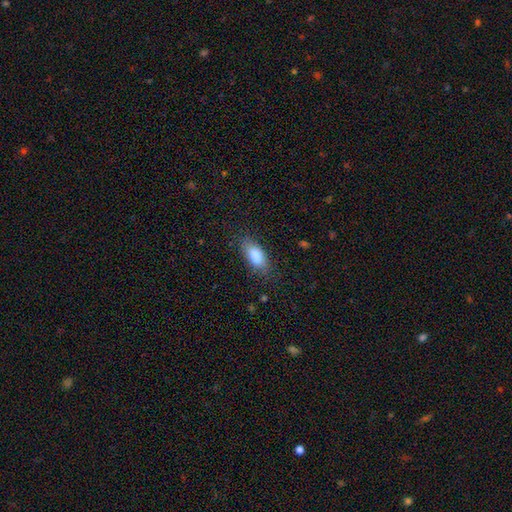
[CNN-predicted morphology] The model was most divided on "merging": none: 77%, minor disturbance: 17%, major disturbance: 5%, merger: 1%. More confident: how rounded — in between (88%); smooth or featured — smooth (87%).